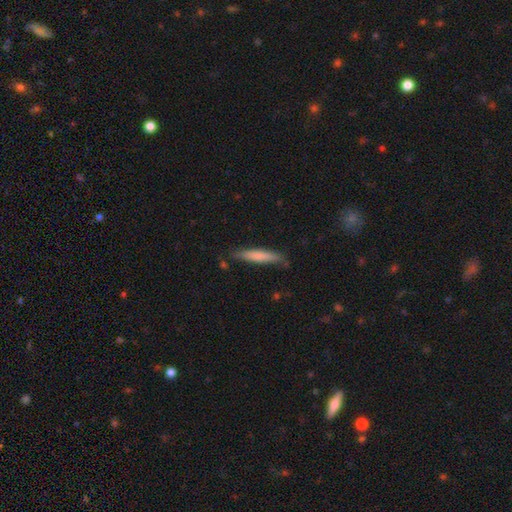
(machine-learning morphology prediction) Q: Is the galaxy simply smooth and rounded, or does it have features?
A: smooth — 73%.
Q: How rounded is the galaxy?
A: cigar-shaped — 92%.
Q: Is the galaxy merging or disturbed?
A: none — 80%.